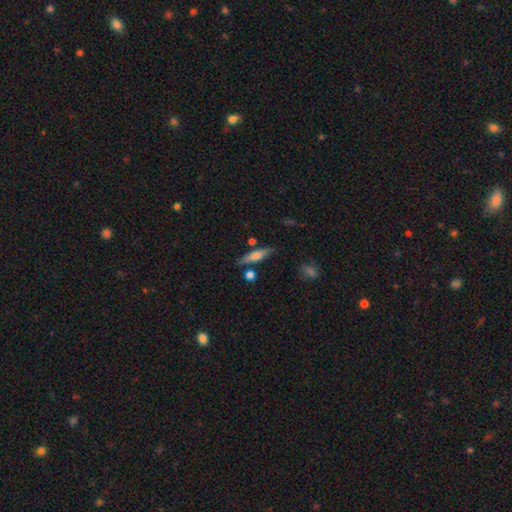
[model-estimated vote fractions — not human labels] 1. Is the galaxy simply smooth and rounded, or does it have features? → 51% smooth, 42% featured or disk, 7% star or artifact.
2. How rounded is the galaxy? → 78% cigar-shaped, 19% in between, 3% round.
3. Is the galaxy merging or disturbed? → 79% none, 11% minor disturbance, 7% merger, 3% major disturbance.